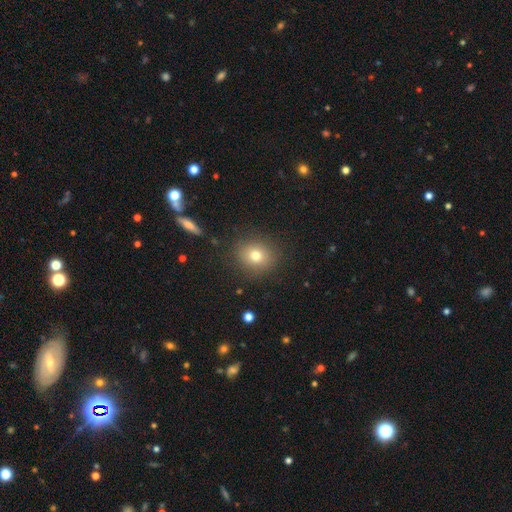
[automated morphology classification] This appears to be a smooth galaxy with no disk features (76%) that is round (79%). Merging: none (86%).